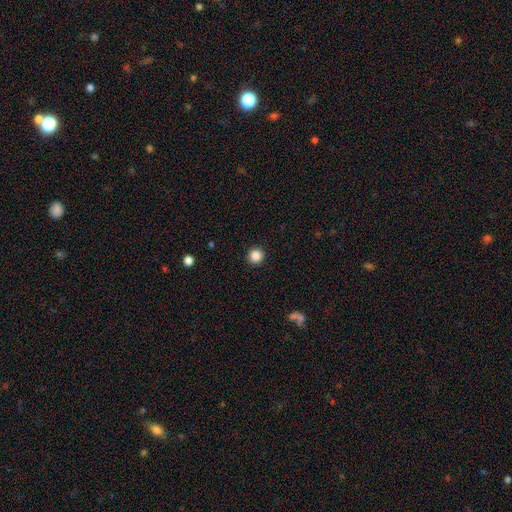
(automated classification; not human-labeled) The model was most divided on "smooth or featured": smooth: 87%, star or artifact: 10%, featured or disk: 3%. More confident: how rounded — round (95%); merging — none (93%).